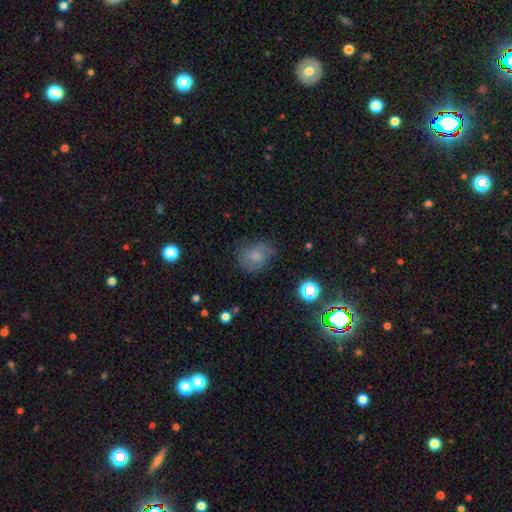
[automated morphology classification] A smooth galaxy with no disk features (62%) that is round (50%).

Vote fractions:
- Smooth or featured? smooth: 62% / featured or disk: 24% / star or artifact: 14%
- How rounded? round: 50% / in between: 49% / cigar-shaped: 1%
- Merging? none: 62% / minor disturbance: 26% / major disturbance: 10% / merger: 2%